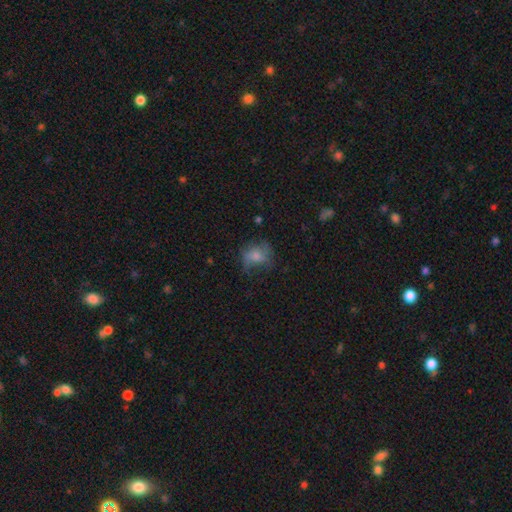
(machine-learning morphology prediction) A smooth galaxy with no disk features (63%) that is round (55%). Merging: none (45%).